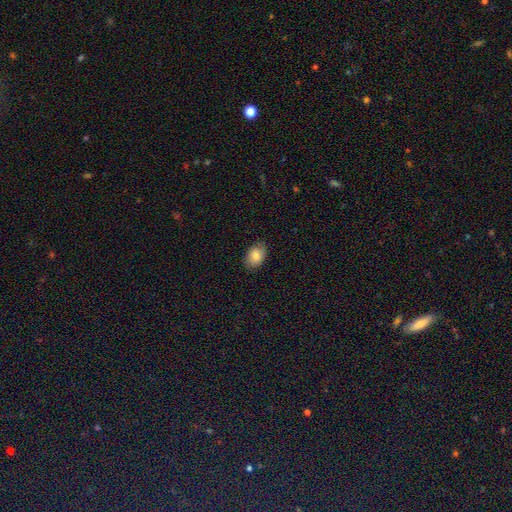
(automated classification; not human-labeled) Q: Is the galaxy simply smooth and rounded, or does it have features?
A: smooth — 83%.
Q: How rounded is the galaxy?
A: in between — 82%.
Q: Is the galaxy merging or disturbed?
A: none — 84%.